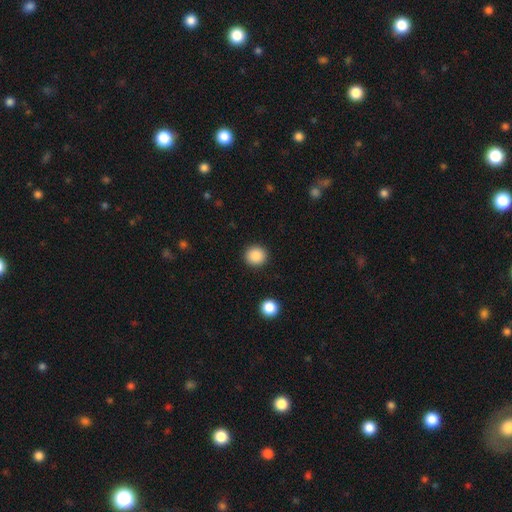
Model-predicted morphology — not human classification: The model was most divided on "smooth or featured": smooth: 88%, star or artifact: 9%, featured or disk: 3%. More confident: merging — none (92%); how rounded — round (91%).